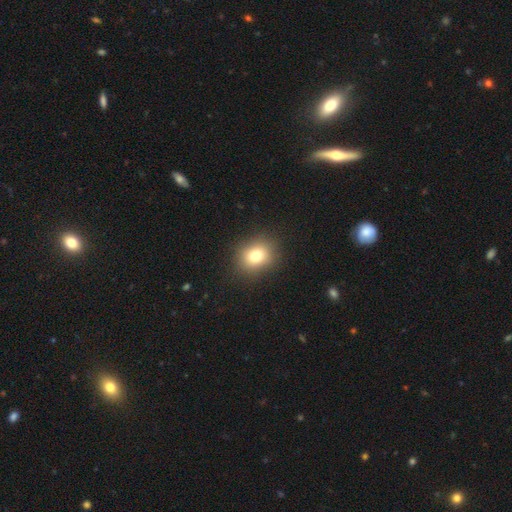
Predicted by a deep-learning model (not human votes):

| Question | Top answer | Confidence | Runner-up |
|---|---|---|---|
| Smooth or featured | smooth | 78% | star or artifact (12%) |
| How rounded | round | 61% | in between (38%) |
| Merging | none | 88% | minor disturbance (8%) |